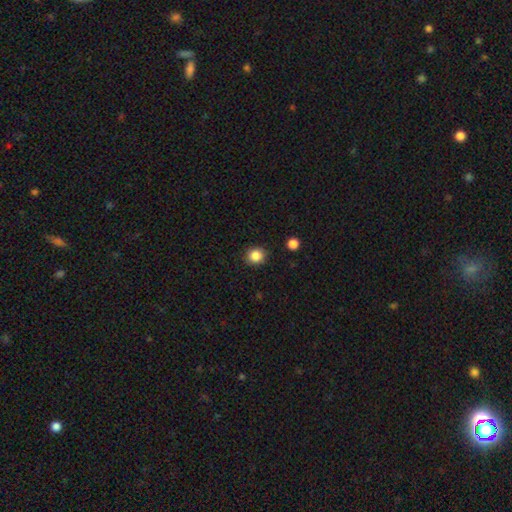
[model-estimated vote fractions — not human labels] This is clearly a smooth galaxy (85%). How rounded: clearly round (83%). Merging: clearly none (89%).